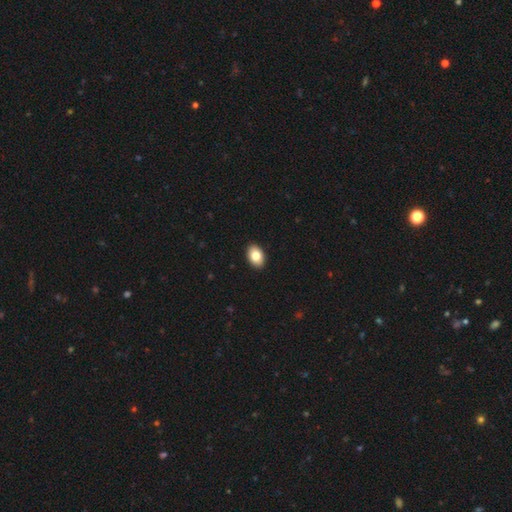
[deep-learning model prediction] Smooth or featured: smooth — 83% (featured or disk — 10%)
How rounded: in between — 88% (round — 11%)
Merging: none — 92% (minor disturbance — 6%)